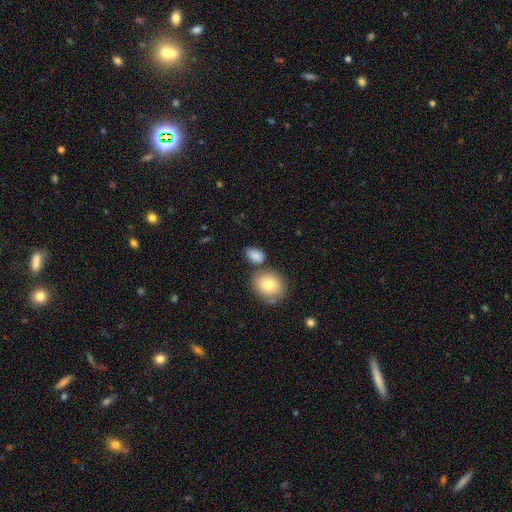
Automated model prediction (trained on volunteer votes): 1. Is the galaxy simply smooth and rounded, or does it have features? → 83% smooth, 8% featured or disk, 8% star or artifact.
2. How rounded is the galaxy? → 70% in between, 28% round, 1% cigar-shaped.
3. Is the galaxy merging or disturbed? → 61% none, 18% merger, 16% minor disturbance, 5% major disturbance.